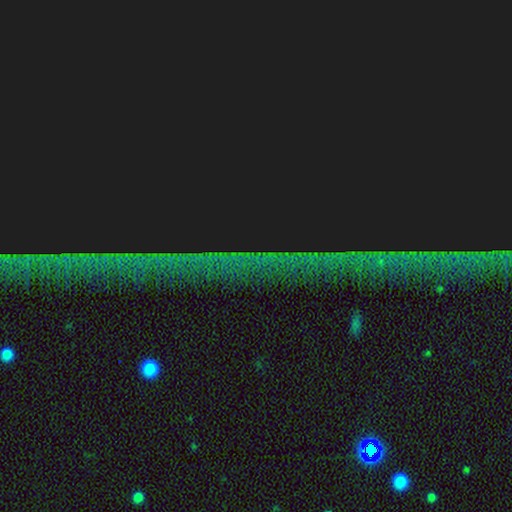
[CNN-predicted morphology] This is clearly a star or artifact rather than a galaxy (81%).